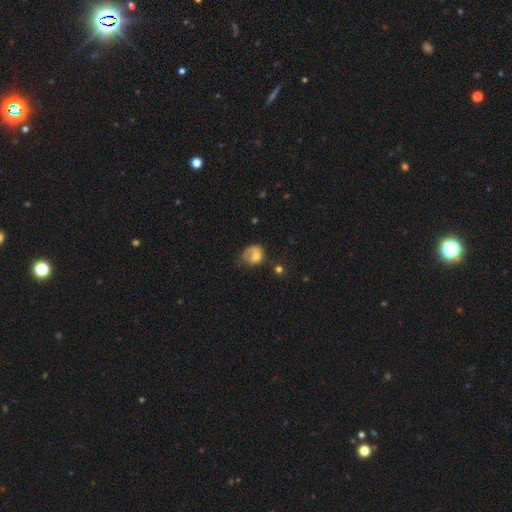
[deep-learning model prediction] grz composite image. It shows a smooth galaxy with no disk features (56%) that is round (50%). Merging: major disturbance (39%).